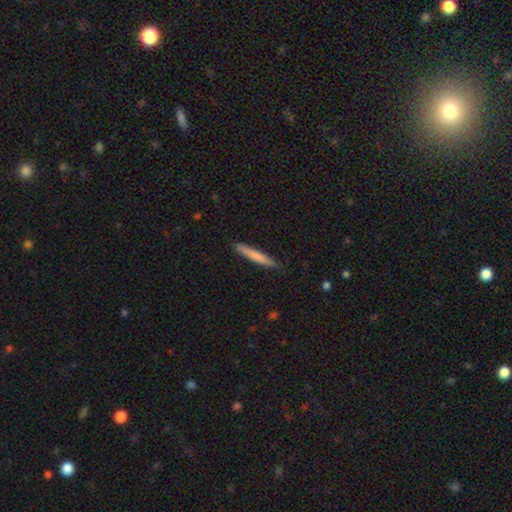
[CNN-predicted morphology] smooth-or-featured: smooth: 74% | featured or disk: 21% | star or artifact: 5%
  how-rounded: cigar-shaped: 95% | in between: 3% | round: 1%
  merging: none: 87% | minor disturbance: 10% | major disturbance: 2% | merger: 1%